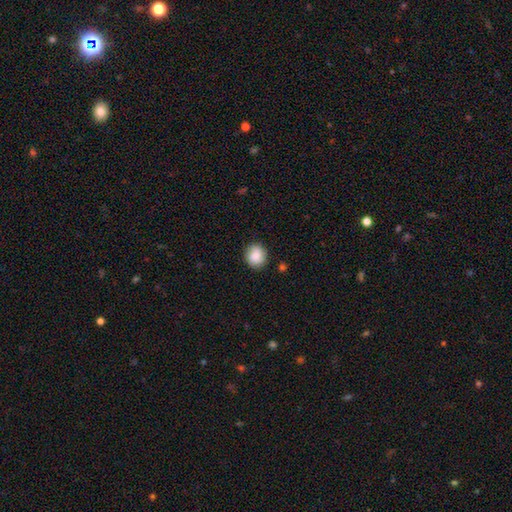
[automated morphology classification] A smooth galaxy with no disk features (85%) that is round (79%).

Vote fractions:
- Smooth or featured? smooth: 85% / featured or disk: 8% / star or artifact: 7%
- How rounded? round: 79% / in between: 20% / cigar-shaped: 1%
- Merging? none: 87% / minor disturbance: 10% / major disturbance: 2% / merger: 1%